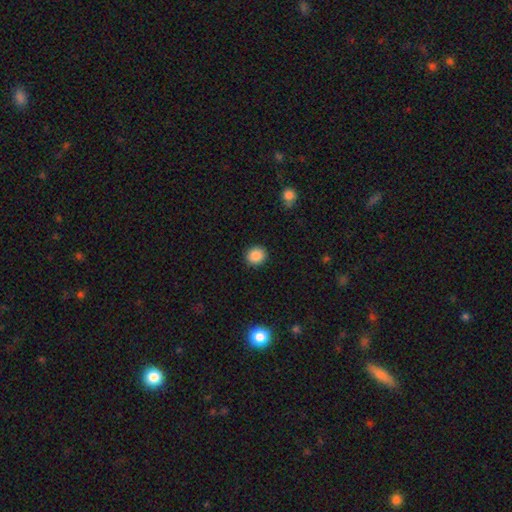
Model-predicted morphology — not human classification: Overall: smooth (88%). How rounded: round (86%). Merging: none (91%).